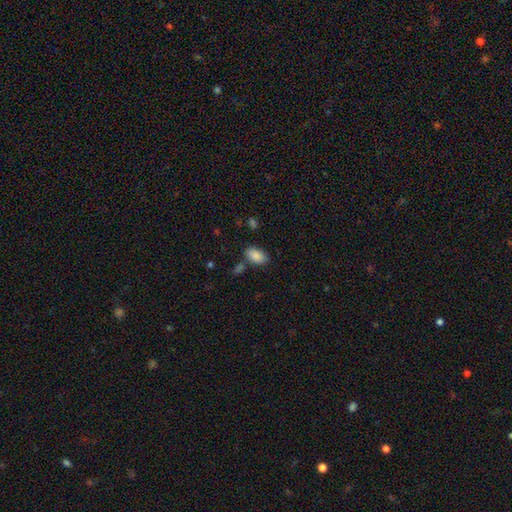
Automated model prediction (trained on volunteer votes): This is clearly a smooth galaxy (88%). How rounded: clearly in between (94%). Merging: likely none (74%).